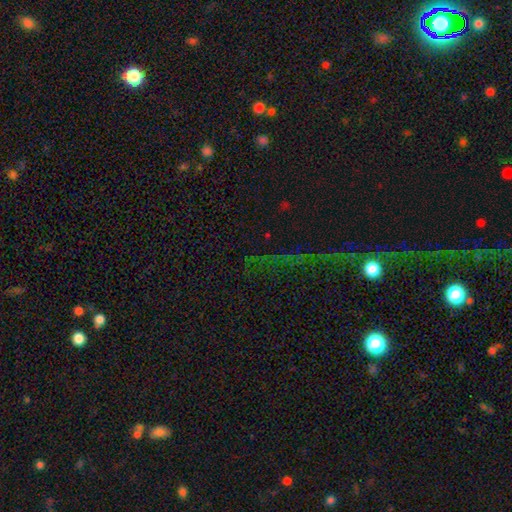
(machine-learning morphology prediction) smooth-or-featured: star or artifact: 76% | smooth: 13% | featured or disk: 11%